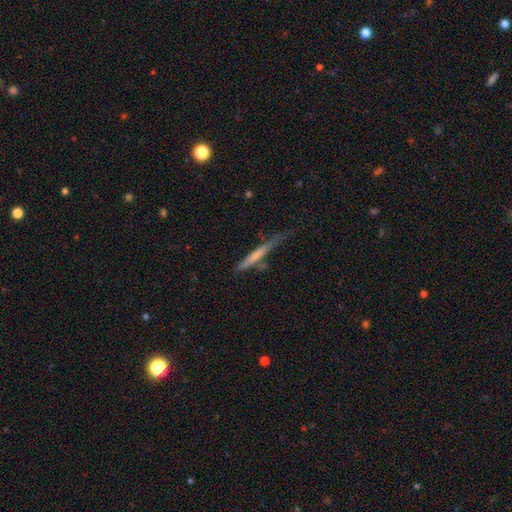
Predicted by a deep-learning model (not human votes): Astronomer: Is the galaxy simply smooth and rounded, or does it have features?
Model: smooth — 57% (runner-up: featured or disk, 37%).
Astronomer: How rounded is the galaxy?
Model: cigar-shaped — 95%.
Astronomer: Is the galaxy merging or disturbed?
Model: none — 58%.